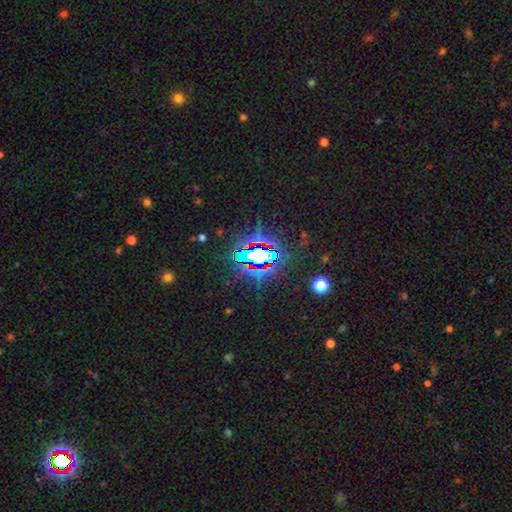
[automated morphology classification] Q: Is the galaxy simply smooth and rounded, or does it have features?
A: star or artifact — 82%.